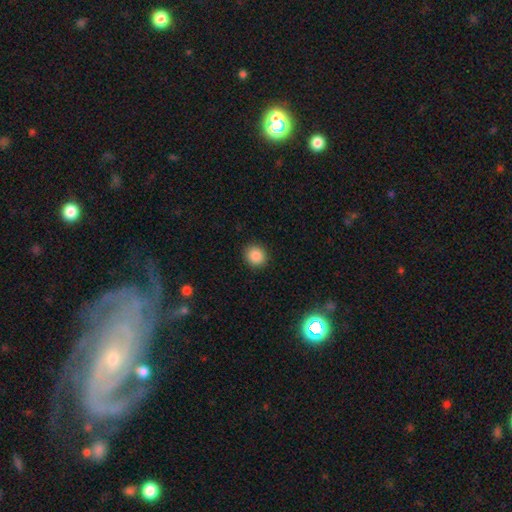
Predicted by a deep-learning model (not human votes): Smooth or featured? smooth (87%)
How rounded? round (84%)
Merging? none (91%)